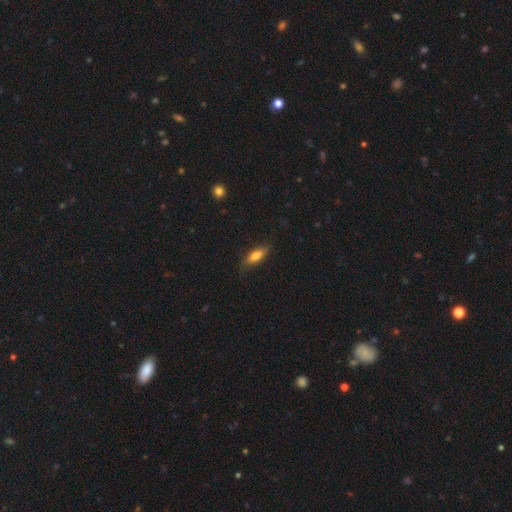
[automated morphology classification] Smooth or featured? Predicted: smooth (p=0.71). How rounded? Predicted: in between (p=0.55). Merging? Predicted: none (p=0.78).